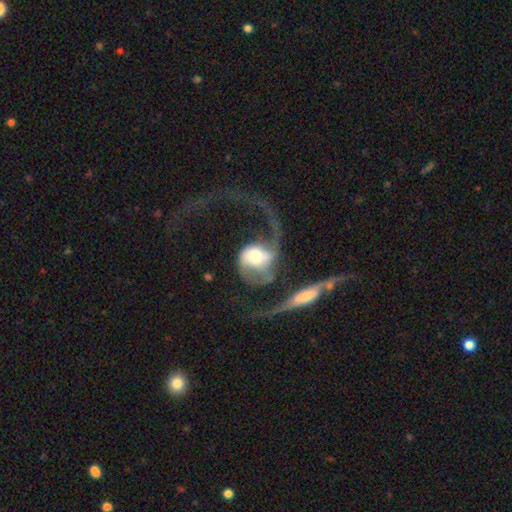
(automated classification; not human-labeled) featured or disk 64%, smooth 29%, star or artifact 7%. Down the decision tree: edge-on disk — no (95%); bar — no (63%); spiral arms — yes (77%); bulge size — moderate (44%); merging — major disturbance (47%).